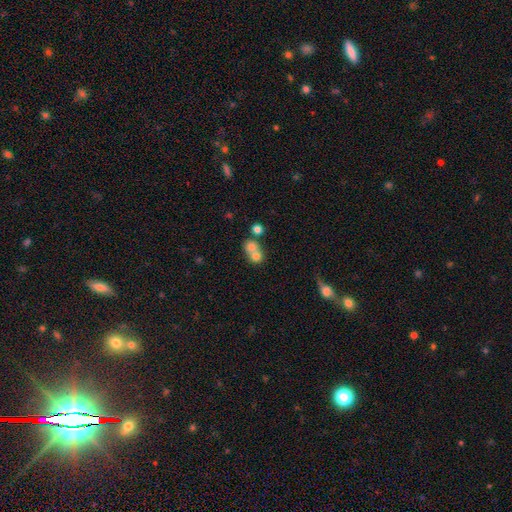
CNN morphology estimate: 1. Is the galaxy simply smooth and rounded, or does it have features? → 72% smooth, 16% featured or disk, 12% star or artifact.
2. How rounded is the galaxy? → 78% round, 21% in between, 1% cigar-shaped.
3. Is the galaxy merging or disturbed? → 62% merger, 30% none, 5% minor disturbance, 3% major disturbance.